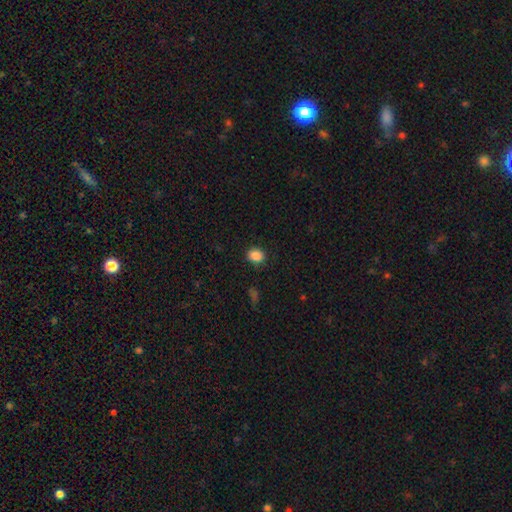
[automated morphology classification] Smooth or featured? smooth (87%)
How rounded? in between (50%)
Merging? none (85%)